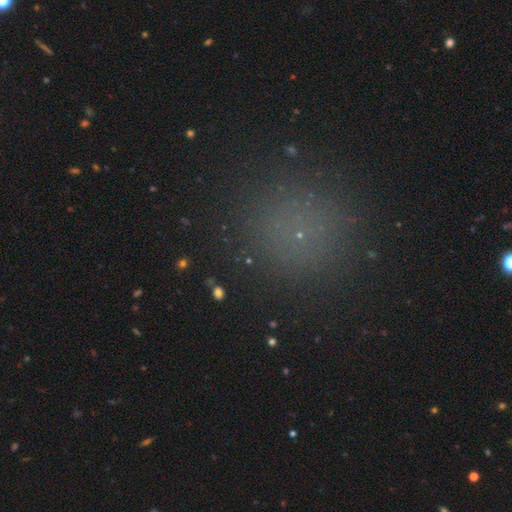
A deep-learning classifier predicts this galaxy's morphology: Smooth or featured: smooth — 57% (star or artifact — 34%)
How rounded: round — 93% (in between — 6%)
Merging: none — 87% (minor disturbance — 8%)